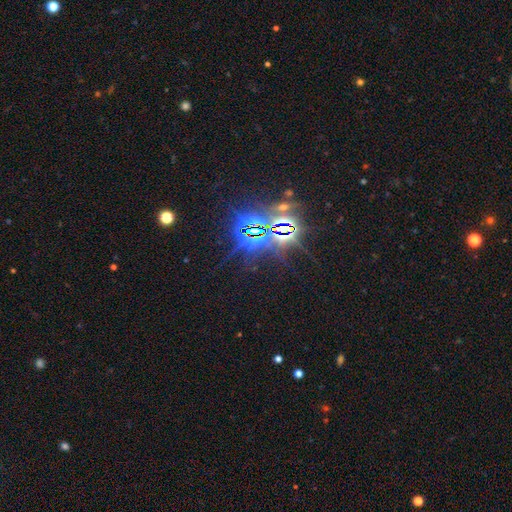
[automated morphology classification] Smooth or featured? star or artifact (70%)